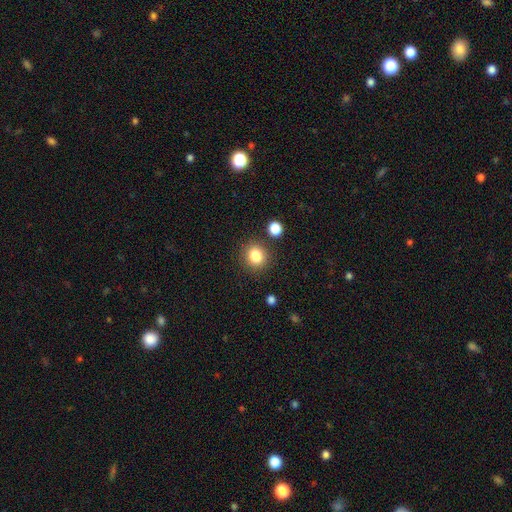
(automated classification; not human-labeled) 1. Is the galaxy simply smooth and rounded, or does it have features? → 83% smooth, 11% star or artifact, 6% featured or disk.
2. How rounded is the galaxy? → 81% round, 18% in between, 1% cigar-shaped.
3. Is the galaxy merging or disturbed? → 84% none, 8% minor disturbance, 5% merger, 3% major disturbance.